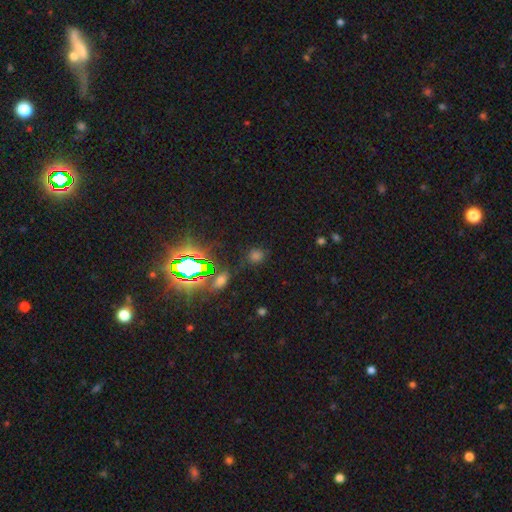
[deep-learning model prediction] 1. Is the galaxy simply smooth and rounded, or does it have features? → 52% star or artifact, 41% smooth, 7% featured or disk.